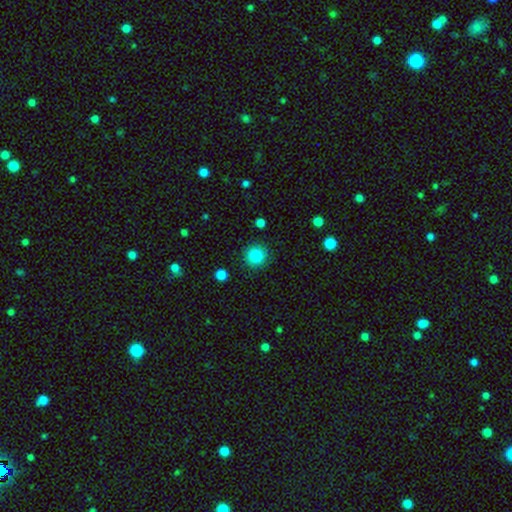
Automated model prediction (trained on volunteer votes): Smooth or featured? Predicted: smooth (p=0.86). How rounded? Predicted: round (p=0.94). Merging? Predicted: none (p=0.89).